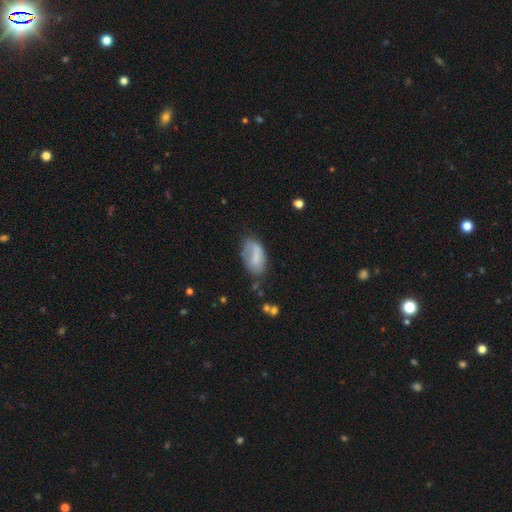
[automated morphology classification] A smooth galaxy with no disk features (68%) that is in between round and cigar-shaped (93%).

Vote fractions:
- Smooth or featured? smooth: 68% / featured or disk: 24% / star or artifact: 8%
- How rounded? in between: 93% / round: 4% / cigar-shaped: 3%
- Merging? none: 49% / minor disturbance: 31% / major disturbance: 16% / merger: 4%